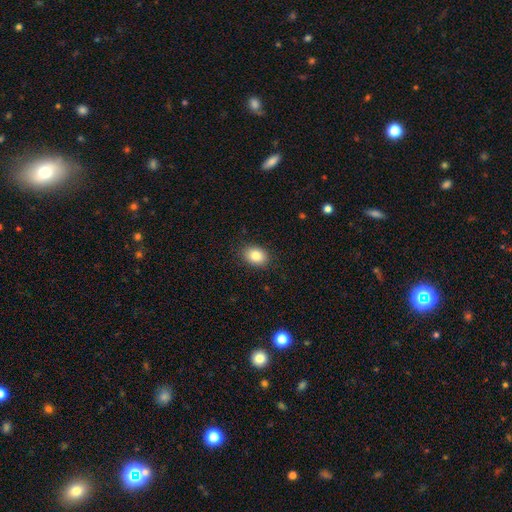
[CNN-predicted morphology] Smooth or featured: smooth — 84% (star or artifact — 9%)
How rounded: in between — 68% (round — 31%)
Merging: none — 88% (minor disturbance — 9%)